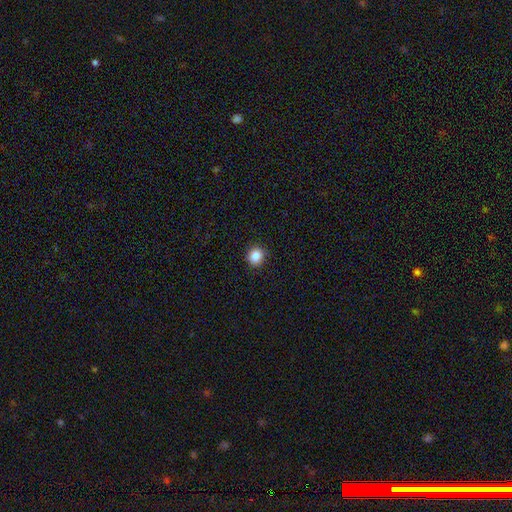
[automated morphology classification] Smooth or featured?
  - smooth: 85% *
  - star or artifact: 11%
  - featured or disk: 5%
How rounded?
  - round: 88% *
  - in between: 11%
  - cigar-shaped: 1%
Merging?
  - none: 91% *
  - minor disturbance: 6%
  - major disturbance: 2%
  - merger: 1%